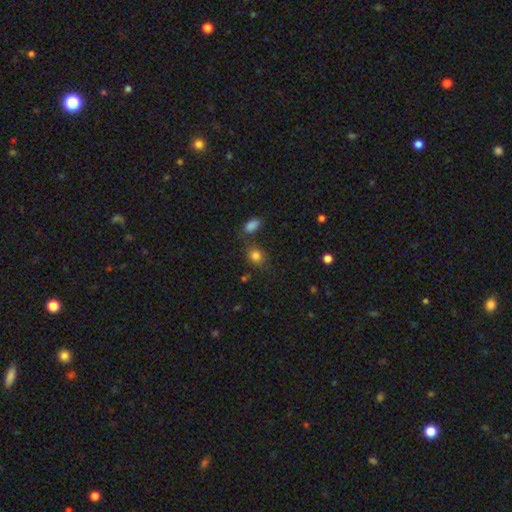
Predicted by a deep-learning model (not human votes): Morphology: type=smooth (83%); roundness=round (51%); merging=none (71%).